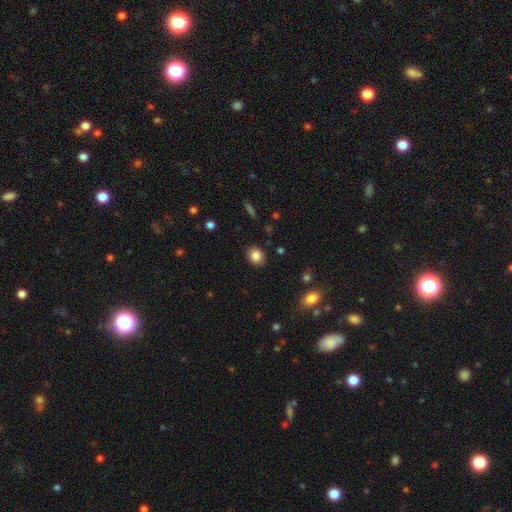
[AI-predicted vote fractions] smooth 85%, star or artifact 9%, featured or disk 6%. Down the decision tree: how rounded — round (55%); merging — none (88%).